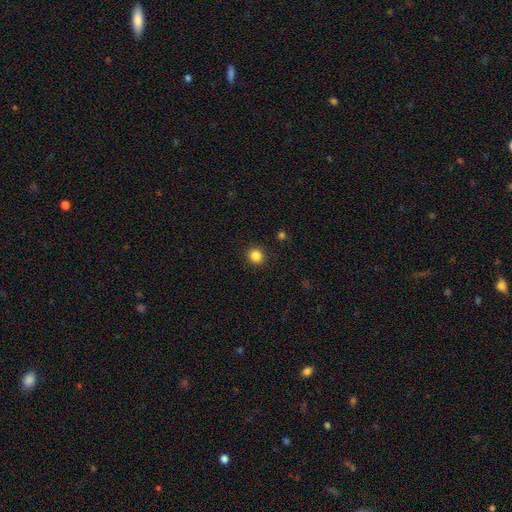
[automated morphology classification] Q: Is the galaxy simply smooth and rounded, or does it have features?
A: smooth — 85%.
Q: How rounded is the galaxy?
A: round — 93%.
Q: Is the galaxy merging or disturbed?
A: none — 92%.